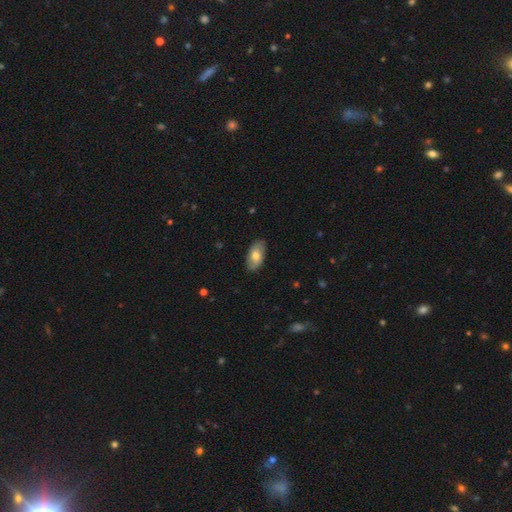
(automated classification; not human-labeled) Smooth or featured? Predicted: smooth (p=0.67). How rounded? Predicted: in between (p=0.93). Merging? Predicted: none (p=0.85).